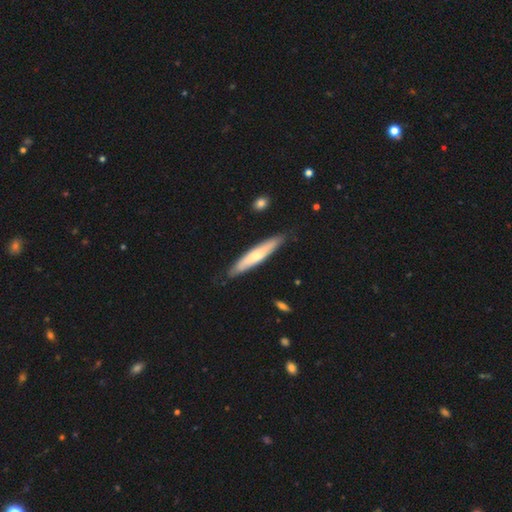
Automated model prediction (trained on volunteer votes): Smooth or featured? smooth (52%)
How rounded? cigar-shaped (88%)
Merging? none (85%)